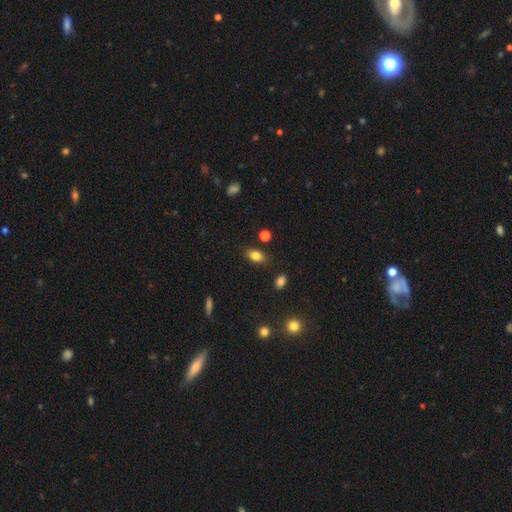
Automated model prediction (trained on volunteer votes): smooth 82%, star or artifact 10%, featured or disk 8%. Down the decision tree: how rounded — in between (83%); merging — none (82%).